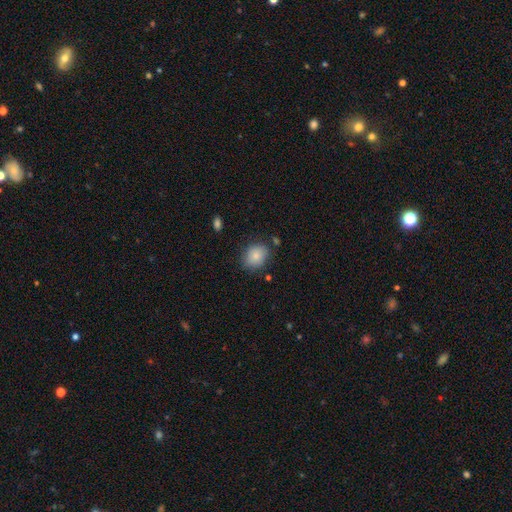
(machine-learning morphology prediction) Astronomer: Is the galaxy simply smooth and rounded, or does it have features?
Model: smooth — 83%.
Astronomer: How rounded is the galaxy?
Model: round — 56% (runner-up: in between, 43%).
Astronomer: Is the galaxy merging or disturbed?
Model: none — 78%.